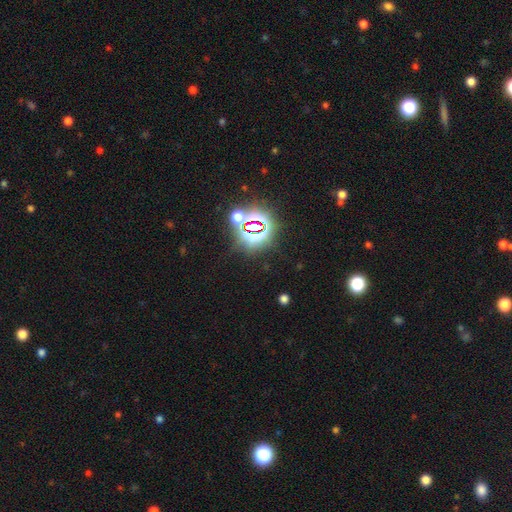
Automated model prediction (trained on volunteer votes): Smooth or featured? Predicted: star or artifact (p=0.77).